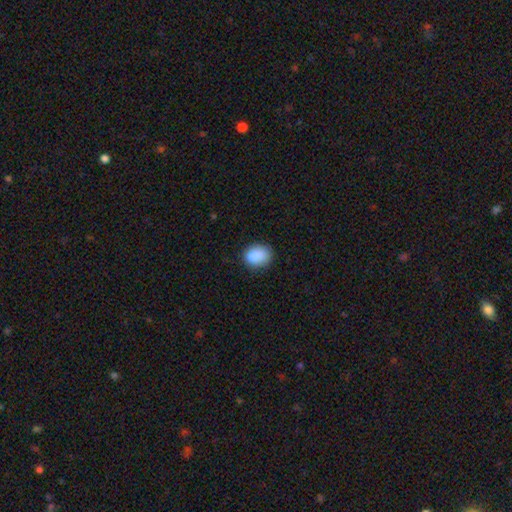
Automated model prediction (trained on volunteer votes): smooth 86%, star or artifact 9%, featured or disk 5%. Down the decision tree: how rounded — in between (59%); merging — none (72%).